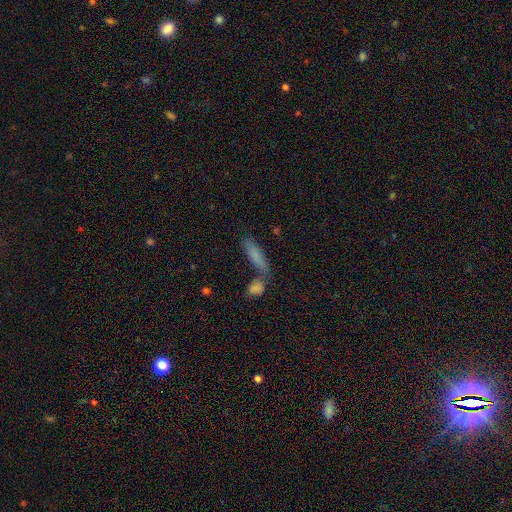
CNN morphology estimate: Overall: smooth (76%). How rounded: cigar-shaped (66%; in between 31%). Merging: none (52%; merger 31%).